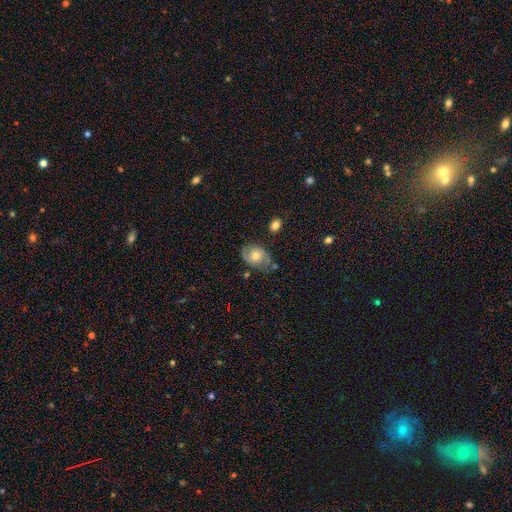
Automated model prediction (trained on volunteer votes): smooth_or_featured: featured or disk (p=0.56) [alt: smooth p=0.35]
disk_edge_on: no (p=0.96) [alt: yes p=0.04]
bar: no (p=0.72) [alt: weak p=0.24]
has_spiral_arms: yes (p=0.83) [alt: no p=0.17]
bulge_size: moderate (p=0.64) [alt: small p=0.24]
merging: none (p=0.65) [alt: minor disturbance p=0.23]